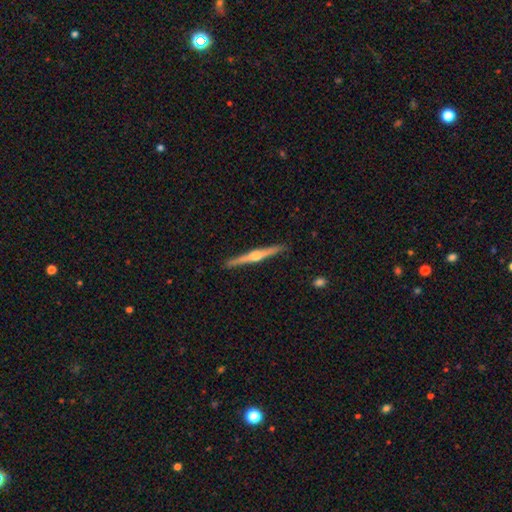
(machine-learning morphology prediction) Q: Smooth or featured?
A: featured or disk (79%); runner-up: smooth (16%)
Q: Edge-on disk?
A: yes (99%); runner-up: no (1%)
Q: Edge-on bulge?
A: rounded (92%); runner-up: boxy (5%)
Q: Merging?
A: none (91%); runner-up: minor disturbance (6%)